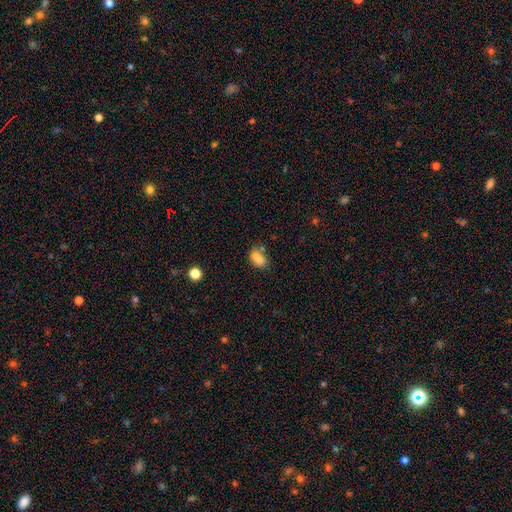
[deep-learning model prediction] A smooth galaxy with no disk features (73%) that is in between round and cigar-shaped (72%).

Vote fractions:
- Smooth or featured? smooth: 73% / featured or disk: 14% / star or artifact: 13%
- How rounded? in between: 72% / round: 25% / cigar-shaped: 3%
- Merging? none: 41% / merger: 40% / minor disturbance: 13% / major disturbance: 6%